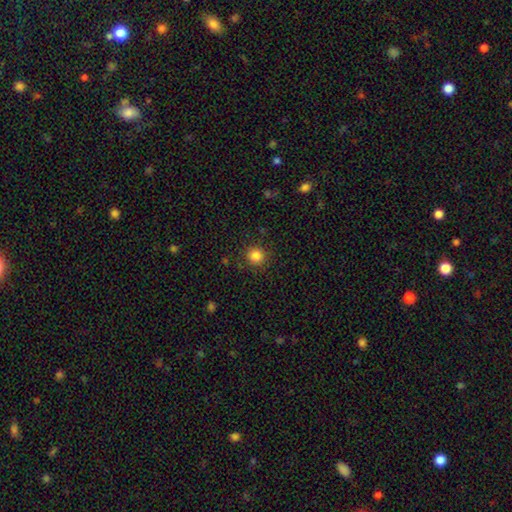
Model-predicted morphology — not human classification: A smooth galaxy with no disk features (84%) that is round (94%). Merging: none (89%).